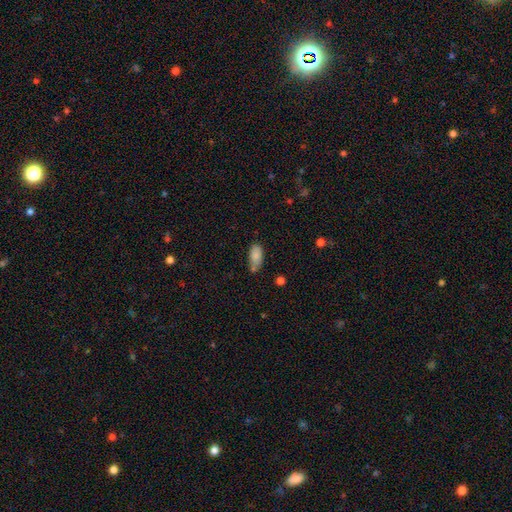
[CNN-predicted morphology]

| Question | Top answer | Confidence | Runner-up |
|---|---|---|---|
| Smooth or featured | smooth | 85% | star or artifact (8%) |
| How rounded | in between | 91% | cigar-shaped (6%) |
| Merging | none | 54% | minor disturbance (26%) |